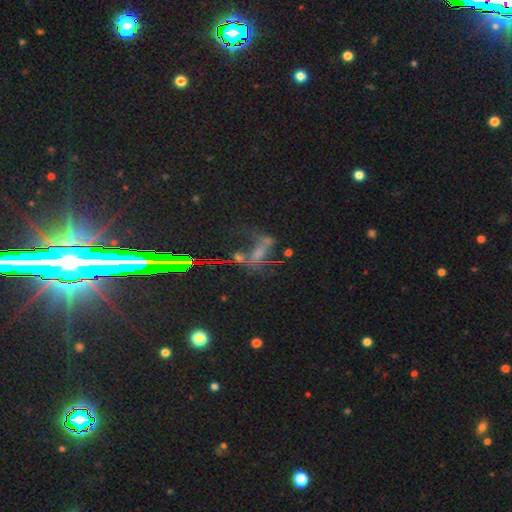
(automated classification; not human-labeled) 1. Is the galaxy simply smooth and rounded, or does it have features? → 42% star or artifact, 40% featured or disk, 18% smooth.